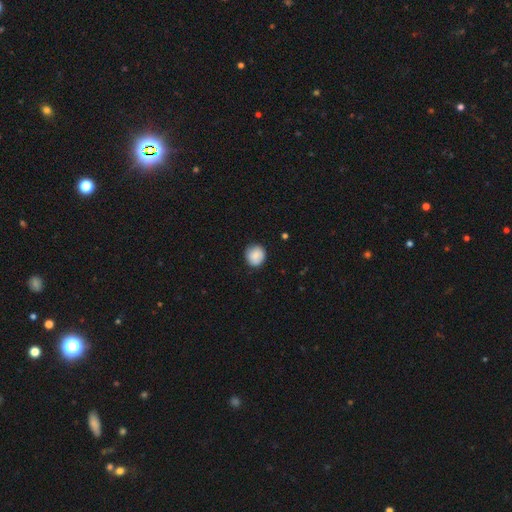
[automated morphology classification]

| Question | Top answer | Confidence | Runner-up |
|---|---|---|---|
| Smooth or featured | smooth | 84% | featured or disk (8%) |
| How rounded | round | 88% | in between (11%) |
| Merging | none | 84% | minor disturbance (13%) |